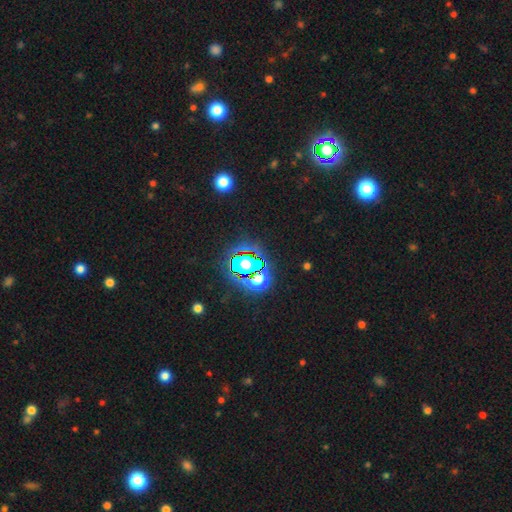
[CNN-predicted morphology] The model was most divided on "smooth or featured": star or artifact: 81%, smooth: 12%, featured or disk: 7%.